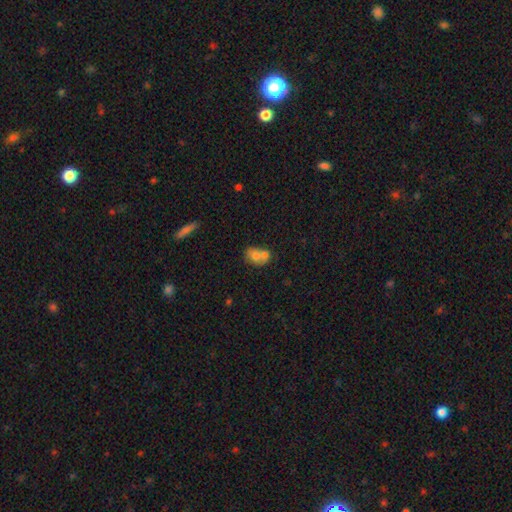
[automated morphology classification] A smooth galaxy with no disk features (69%) that is in between round and cigar-shaped (55%).

Vote fractions:
- Smooth or featured? smooth: 69% / featured or disk: 22% / star or artifact: 9%
- How rounded? in between: 55% / round: 43% / cigar-shaped: 1%
- Merging? merger: 61% / none: 25% / minor disturbance: 10% / major disturbance: 5%